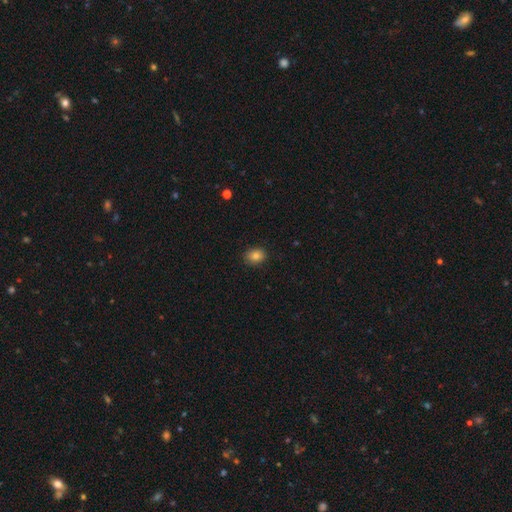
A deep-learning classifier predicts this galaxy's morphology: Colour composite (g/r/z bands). It shows a smooth galaxy with no disk features (83%) that is in between round and cigar-shaped (55%). Merging: none (87%).